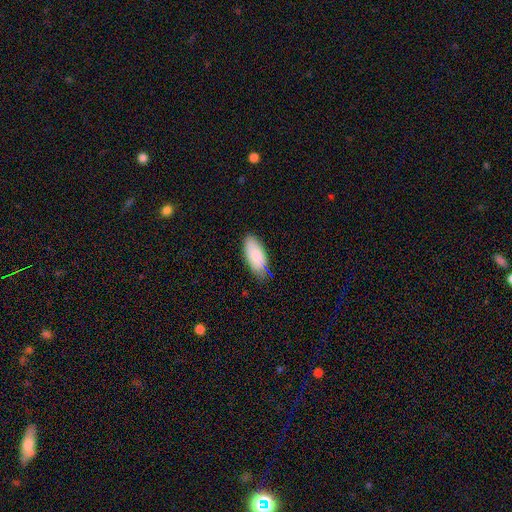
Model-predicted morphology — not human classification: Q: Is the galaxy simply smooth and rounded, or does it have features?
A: smooth — 85%.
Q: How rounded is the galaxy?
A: in between — 90%.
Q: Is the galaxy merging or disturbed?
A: none — 71%.